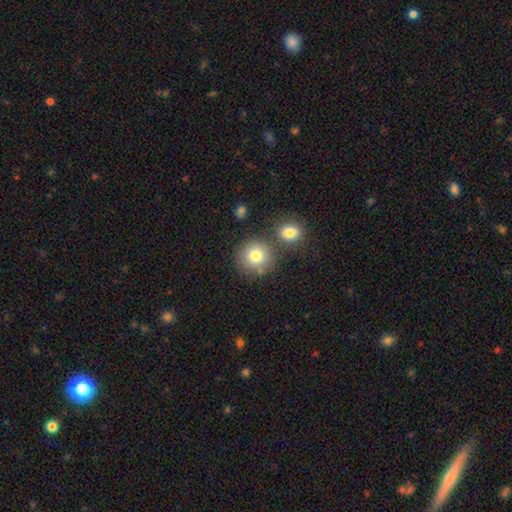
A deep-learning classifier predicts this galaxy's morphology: This is clearly a smooth galaxy (80%). How rounded: clearly round (90%). Merging: likely none (70%).